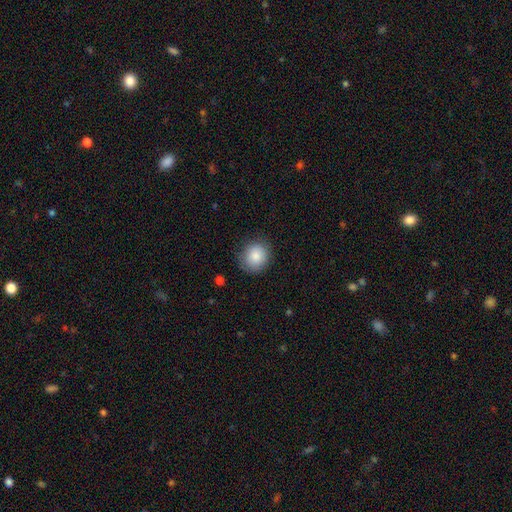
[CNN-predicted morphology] Q: Smooth or featured?
A: smooth (86%); runner-up: star or artifact (8%)
Q: How rounded?
A: round (83%); runner-up: in between (16%)
Q: Merging?
A: none (84%); runner-up: minor disturbance (12%)